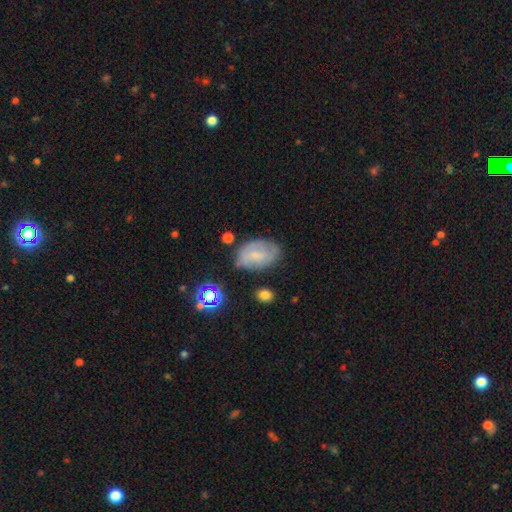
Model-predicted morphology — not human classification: Overall: smooth (45%; featured or disk 43%). Merging: none (65%).